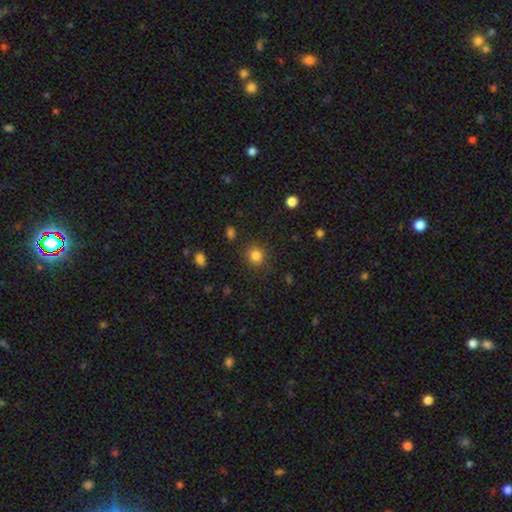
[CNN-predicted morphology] smooth_or_featured: smooth (p=0.83) [alt: star or artifact p=0.12]
how_rounded: round (p=0.86) [alt: in between p=0.13]
merging: none (p=0.87) [alt: minor disturbance p=0.08]